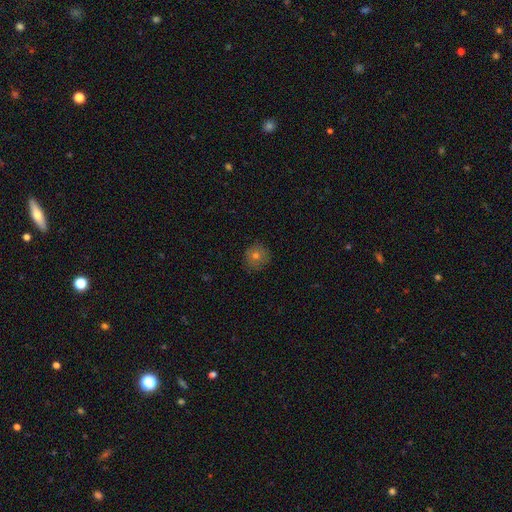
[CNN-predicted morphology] Overall: smooth (69%). How rounded: round (93%). Merging: none (87%).